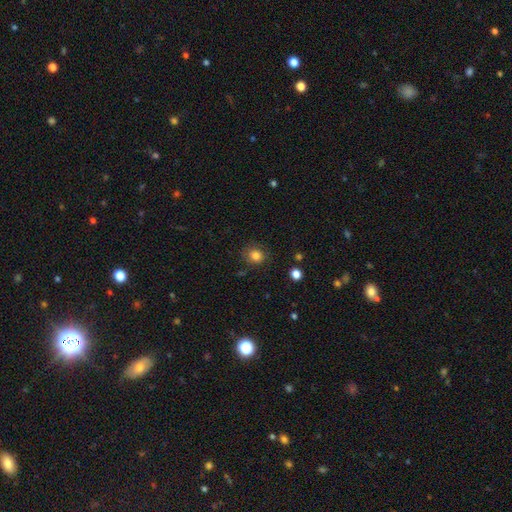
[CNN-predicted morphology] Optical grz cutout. It shows a smooth galaxy with no disk features (82%) that is round (75%). Merging: none (81%).